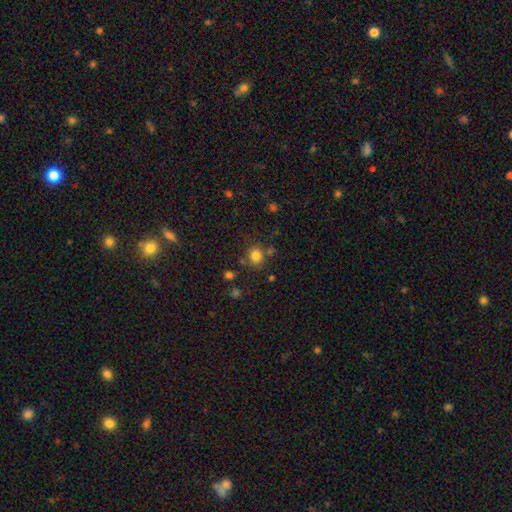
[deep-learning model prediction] A smooth galaxy with no disk features (81%) that is round (81%).

Vote fractions:
- Smooth or featured? smooth: 81% / star or artifact: 13% / featured or disk: 6%
- How rounded? round: 81% / in between: 18% / cigar-shaped: 1%
- Merging? none: 75% / minor disturbance: 12% / merger: 9% / major disturbance: 5%